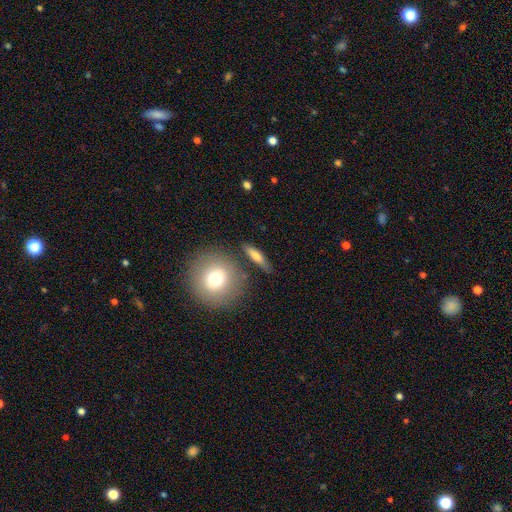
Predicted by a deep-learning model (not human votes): smooth_or_featured: smooth (p=0.69) [alt: featured or disk p=0.23]
how_rounded: cigar-shaped (p=0.54) [alt: in between p=0.31]
merging: none (p=0.81) [alt: minor disturbance p=0.10]